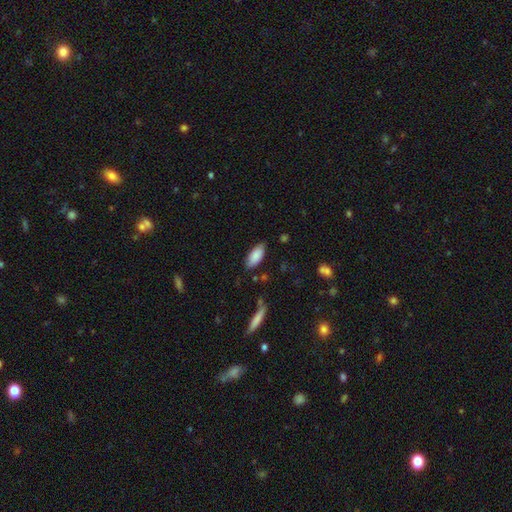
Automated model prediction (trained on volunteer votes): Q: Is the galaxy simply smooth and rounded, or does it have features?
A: smooth — 86%.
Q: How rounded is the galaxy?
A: in between — 87%.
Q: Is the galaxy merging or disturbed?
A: none — 80%.